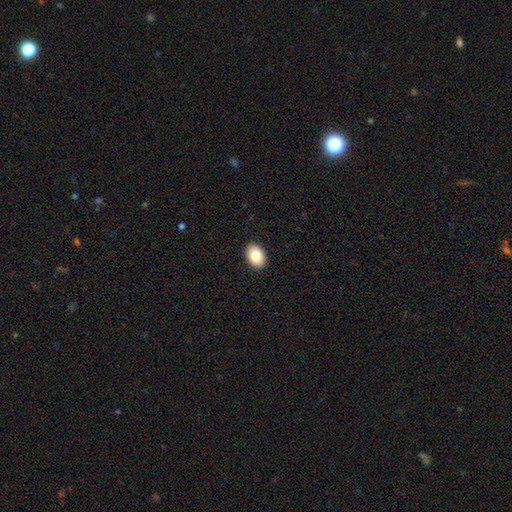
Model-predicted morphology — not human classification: A smooth galaxy with no disk features (84%) that is in between round and cigar-shaped (84%). Merging: none (91%).